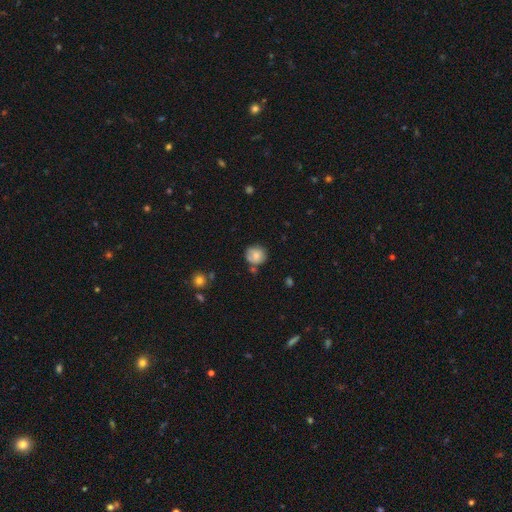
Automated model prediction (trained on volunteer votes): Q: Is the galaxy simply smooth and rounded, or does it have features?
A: smooth — 73%.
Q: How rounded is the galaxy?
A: round — 86%.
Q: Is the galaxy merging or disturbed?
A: none — 66%.